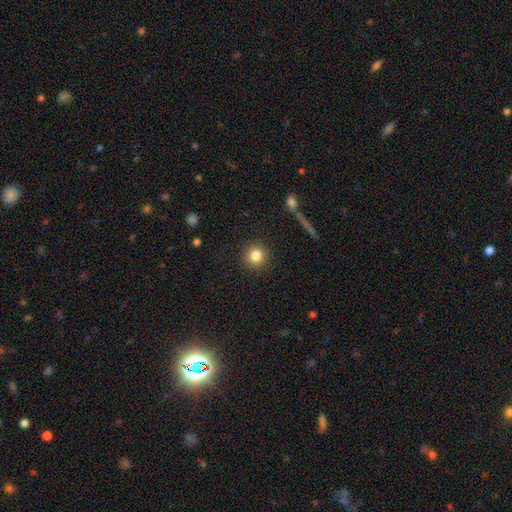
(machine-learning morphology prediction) smooth_or_featured: smooth (p=0.82) [alt: star or artifact p=0.11]
how_rounded: round (p=0.93) [alt: in between p=0.06]
merging: none (p=0.91) [alt: minor disturbance p=0.06]